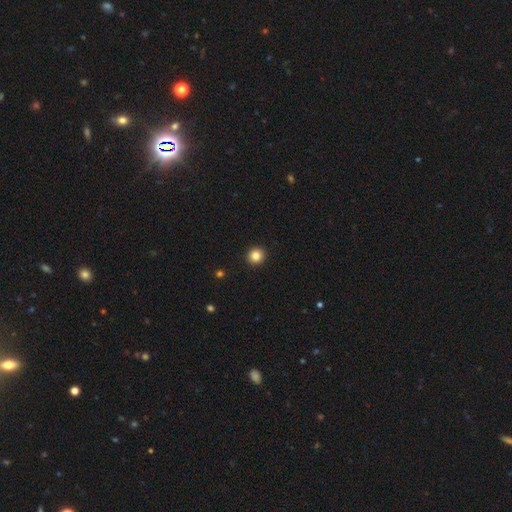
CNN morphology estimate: This appears to be a smooth galaxy with no disk features (84%) that is round (94%). Merging: none (94%).